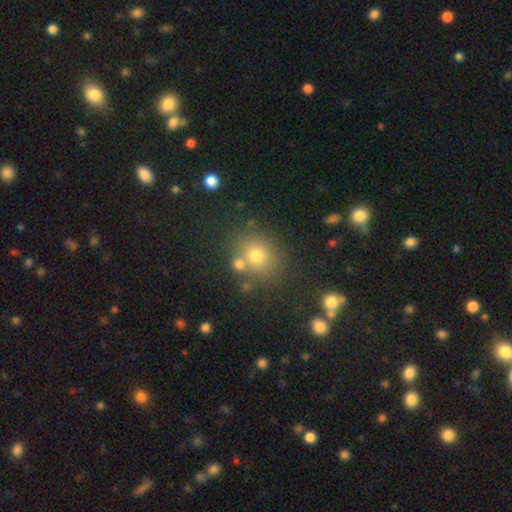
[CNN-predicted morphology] The model was most divided on "how rounded": round: 76%, in between: 23%, cigar-shaped: 1%. More confident: smooth or featured — smooth (73%); merging — none (71%).